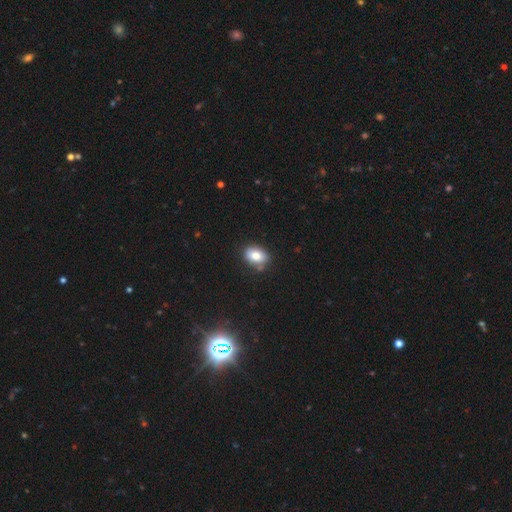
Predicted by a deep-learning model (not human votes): This is clearly a smooth galaxy (81%). How rounded: likely in between (76%). Merging: clearly none (80%).